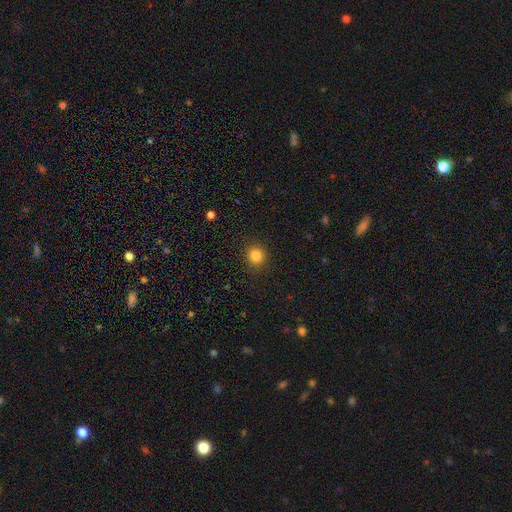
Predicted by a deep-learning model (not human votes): Smooth or featured?
  - smooth: 83% *
  - star or artifact: 12%
  - featured or disk: 5%
How rounded?
  - round: 88% *
  - in between: 11%
  - cigar-shaped: 1%
Merging?
  - none: 91% *
  - minor disturbance: 6%
  - major disturbance: 2%
  - merger: 1%